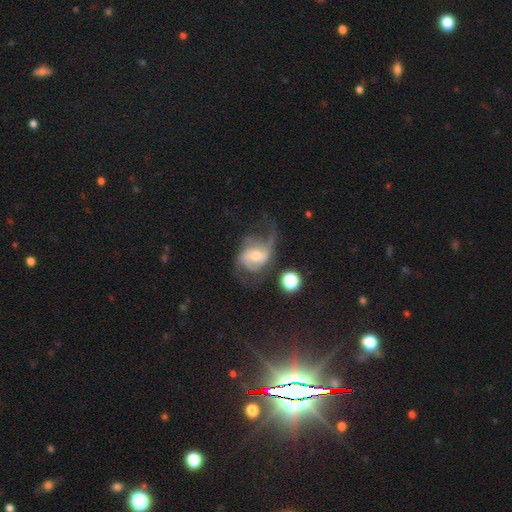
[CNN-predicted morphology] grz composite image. It shows a featured or disk galaxy (82%) with no bar (52%), 2 (61%) medium (43%) spiral arms (94%) and a moderate central bulge (60%). Merging: none (43%).